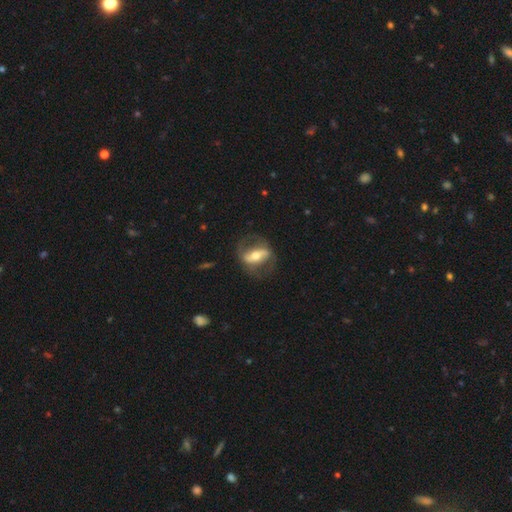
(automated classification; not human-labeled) A featured or disk galaxy (71%) with a strong bar (66%), spiral arms (59%) and a moderate central bulge (64%). Merging: none (68%).